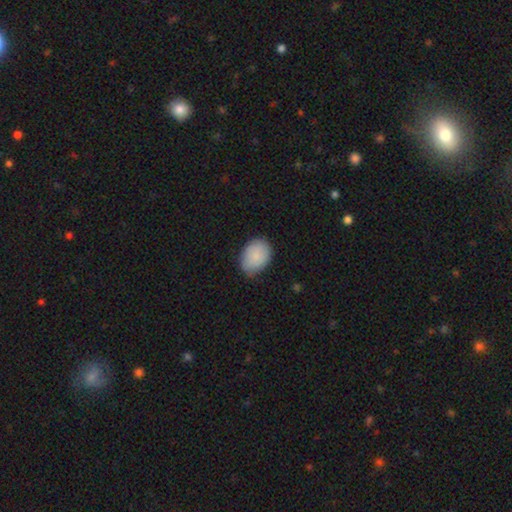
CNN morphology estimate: Smooth or featured? smooth (87%)
How rounded? in between (72%)
Merging? none (70%)